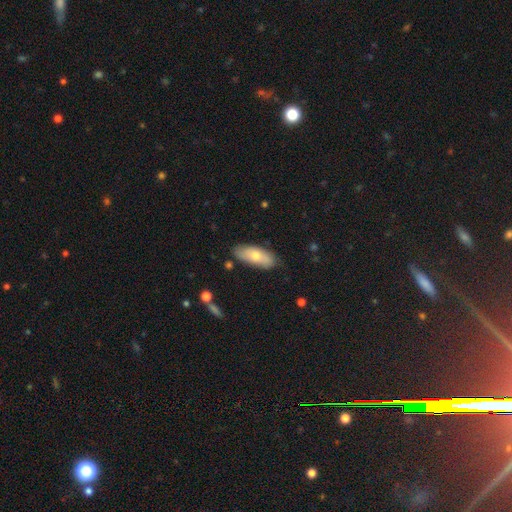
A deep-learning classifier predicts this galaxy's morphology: The model was most divided on "smooth or featured": smooth: 65%, featured or disk: 29%, star or artifact: 6%. More confident: how rounded — in between (82%); merging — none (79%).